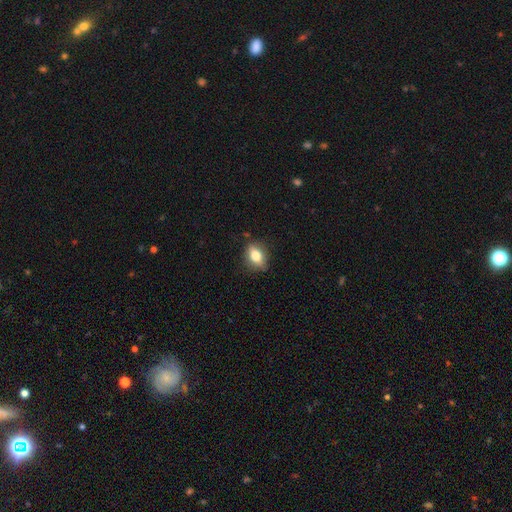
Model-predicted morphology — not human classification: Smooth or featured: smooth — 76% (featured or disk — 15%)
How rounded: in between — 73% (round — 23%)
Merging: none — 75% (minor disturbance — 20%)